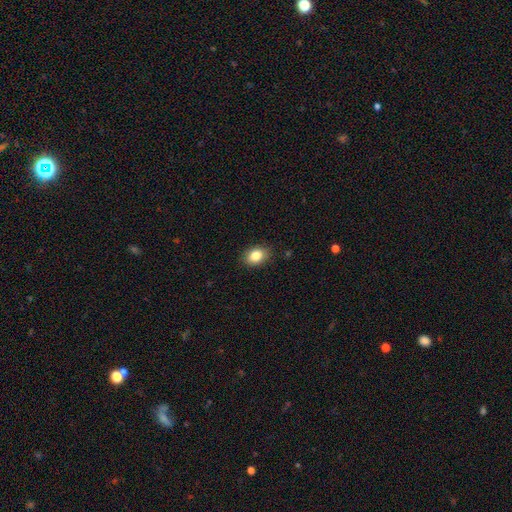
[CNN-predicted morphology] type=smooth (84%); roundness=in between (75%); merging=none (88%).